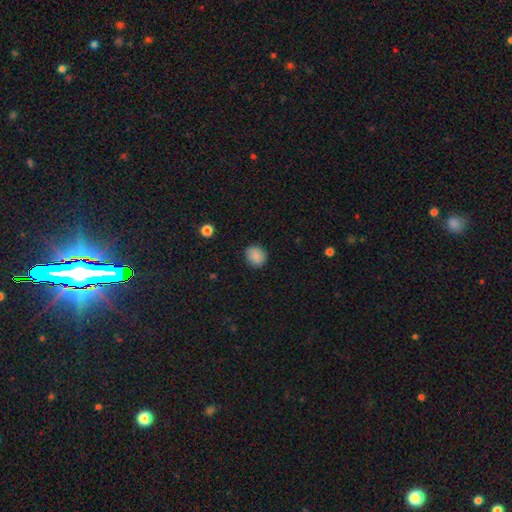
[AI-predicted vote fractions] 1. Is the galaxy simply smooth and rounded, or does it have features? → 88% smooth, 9% star or artifact, 3% featured or disk.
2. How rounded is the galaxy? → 69% round, 30% in between, 1% cigar-shaped.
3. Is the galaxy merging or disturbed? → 87% none, 9% minor disturbance, 2% major disturbance, 1% merger.